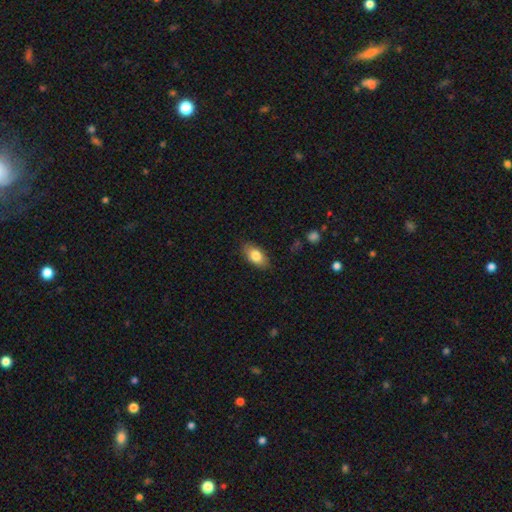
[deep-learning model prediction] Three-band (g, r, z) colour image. It shows a smooth galaxy with no disk features (81%) that is in between round and cigar-shaped (91%). Merging: none (85%).